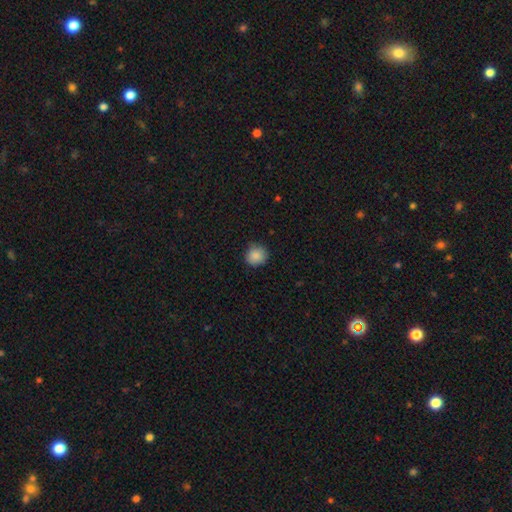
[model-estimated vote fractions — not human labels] Smooth or featured? smooth (88%)
How rounded? round (87%)
Merging? none (83%)